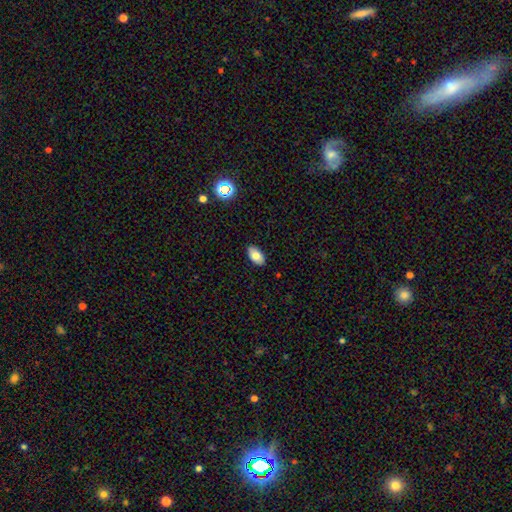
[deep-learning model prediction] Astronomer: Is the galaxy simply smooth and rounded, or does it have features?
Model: smooth — 79%.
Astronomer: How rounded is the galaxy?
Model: in between — 94%.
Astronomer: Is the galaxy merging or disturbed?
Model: none — 88%.